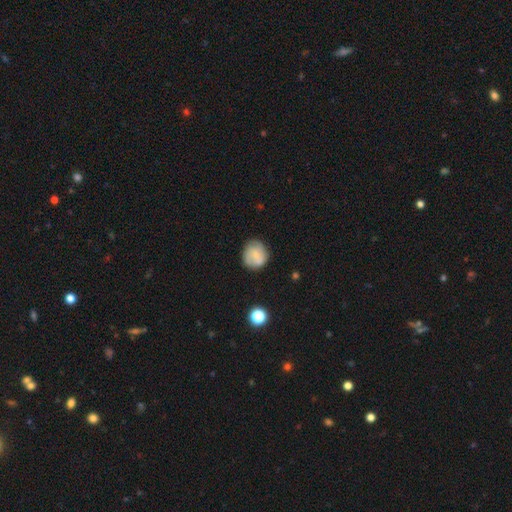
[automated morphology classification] A smooth galaxy with no disk features (54%) that is round (84%).

Vote fractions:
- Smooth or featured? smooth: 54% / featured or disk: 38% / star or artifact: 9%
- How rounded? round: 84% / in between: 15% / cigar-shaped: 1%
- Merging? none: 72% / minor disturbance: 19% / major disturbance: 6% / merger: 3%